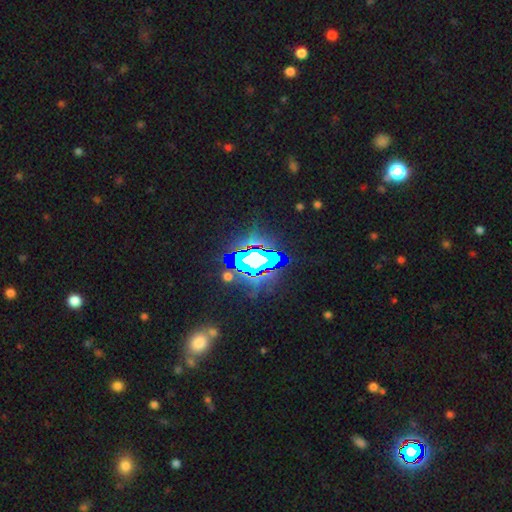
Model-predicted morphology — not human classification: Smooth or featured?
  - star or artifact: 69% *
  - featured or disk: 18%
  - smooth: 13%